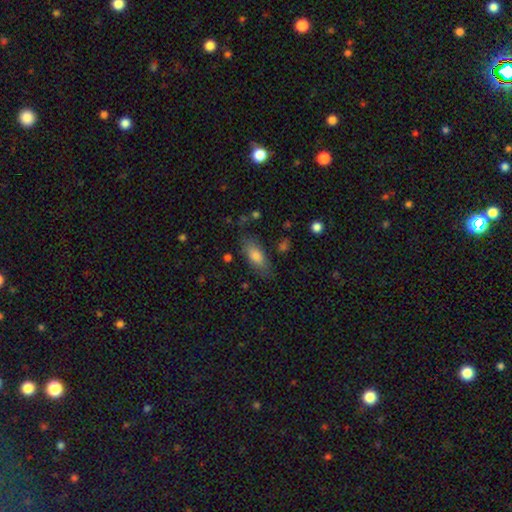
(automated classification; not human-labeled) Morphology: type=smooth (80%); roundness=in between (78%); merging=none (77%).